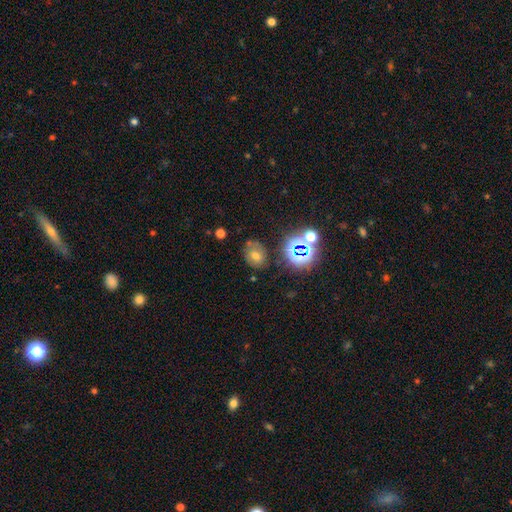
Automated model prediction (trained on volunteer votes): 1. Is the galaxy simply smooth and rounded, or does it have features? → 53% smooth, 24% star or artifact, 23% featured or disk.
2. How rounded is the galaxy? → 52% in between, 47% round, 1% cigar-shaped.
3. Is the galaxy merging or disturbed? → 68% none, 19% minor disturbance, 7% major disturbance, 6% merger.